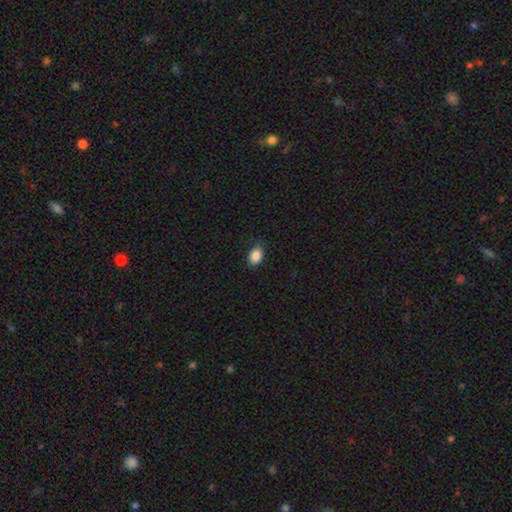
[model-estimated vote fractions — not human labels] Smooth or featured?
  - smooth: 87% *
  - star or artifact: 9%
  - featured or disk: 5%
How rounded?
  - in between: 77% *
  - round: 22%
  - cigar-shaped: 1%
Merging?
  - none: 81% *
  - minor disturbance: 15%
  - major disturbance: 3%
  - merger: 1%